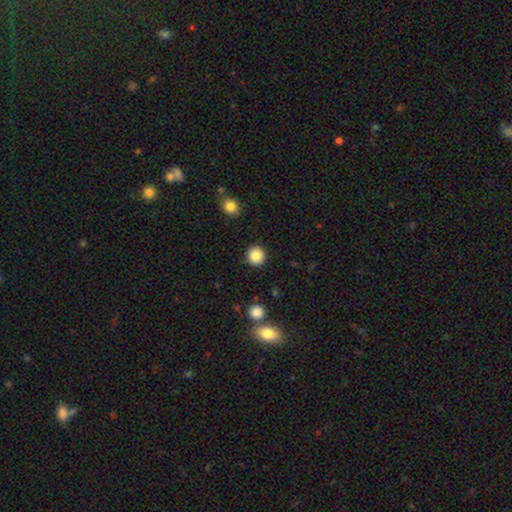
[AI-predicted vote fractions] This is clearly a smooth galaxy (86%). How rounded: clearly round (94%). Merging: clearly none (91%).